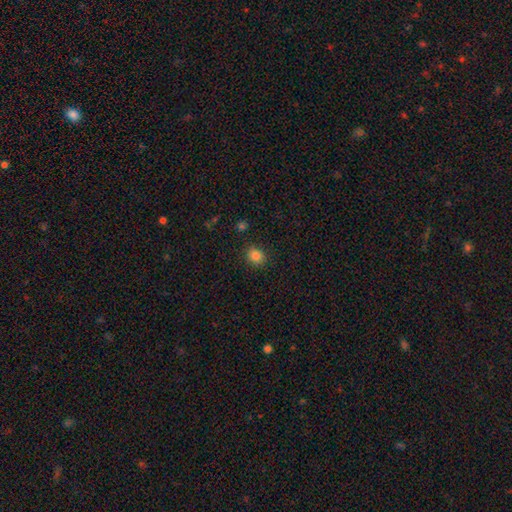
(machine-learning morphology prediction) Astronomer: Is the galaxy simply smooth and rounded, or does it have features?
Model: smooth — 83%.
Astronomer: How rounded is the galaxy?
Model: round — 64%.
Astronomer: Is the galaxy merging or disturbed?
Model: none — 87%.